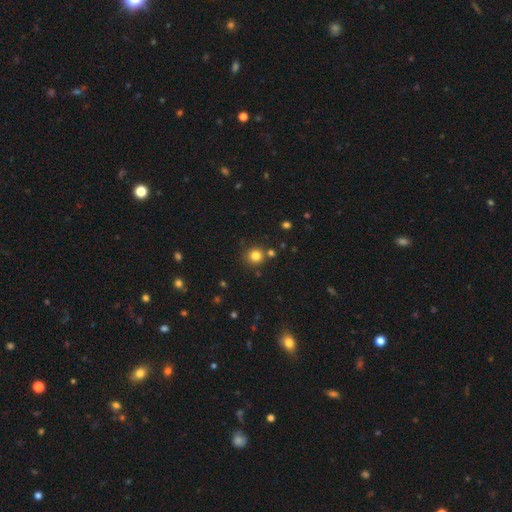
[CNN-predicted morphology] smooth 81%, star or artifact 14%, featured or disk 6%. Down the decision tree: how rounded — round (92%); merging — none (81%).